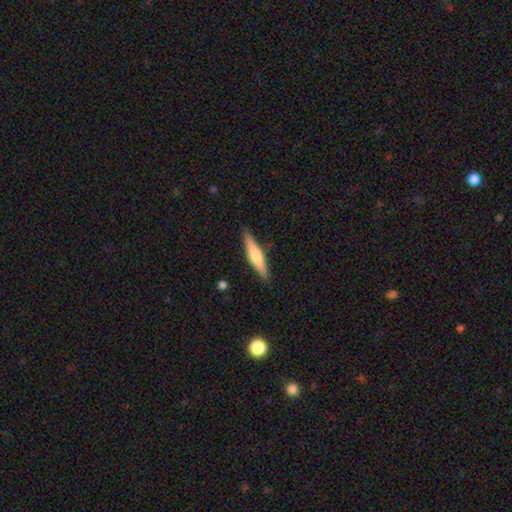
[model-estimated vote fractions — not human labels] Smooth or featured? smooth (53%)
How rounded? cigar-shaped (85%)
Merging? none (88%)